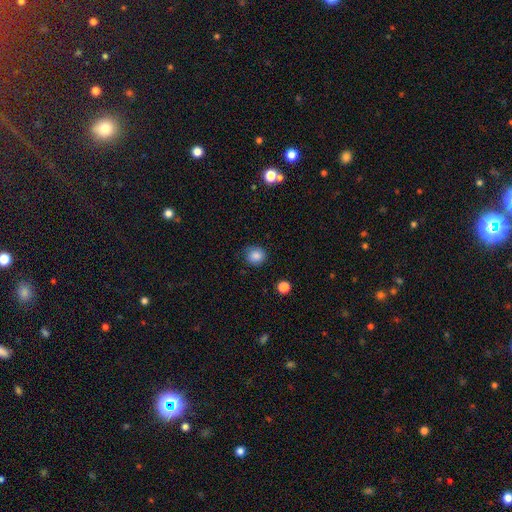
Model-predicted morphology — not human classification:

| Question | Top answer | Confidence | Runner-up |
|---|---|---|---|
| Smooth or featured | smooth | 85% | star or artifact (11%) |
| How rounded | round | 87% | in between (12%) |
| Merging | none | 81% | minor disturbance (15%) |